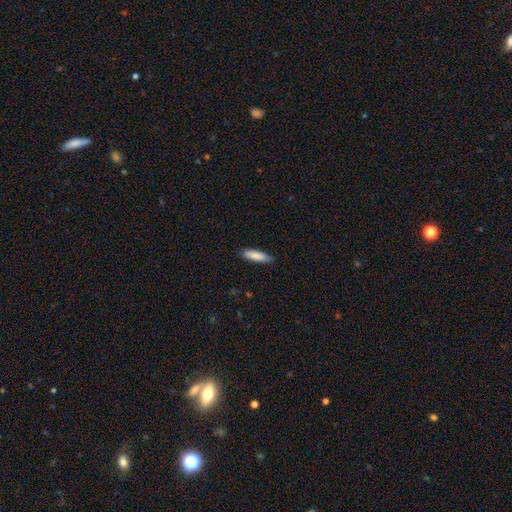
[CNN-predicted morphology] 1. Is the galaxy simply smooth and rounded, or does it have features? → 86% smooth, 9% featured or disk, 6% star or artifact.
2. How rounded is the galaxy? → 69% cigar-shaped, 30% in between, 1% round.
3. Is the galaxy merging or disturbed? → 87% none, 10% minor disturbance, 2% major disturbance, 1% merger.